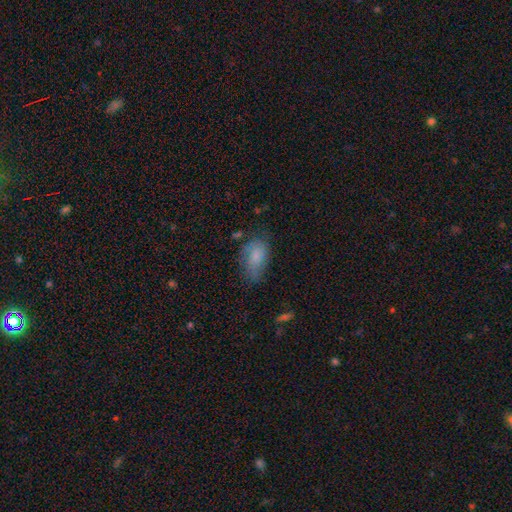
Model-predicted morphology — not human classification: smooth 77%, featured or disk 15%, star or artifact 8%. Down the decision tree: how rounded — in between (91%); merging — none (54%).